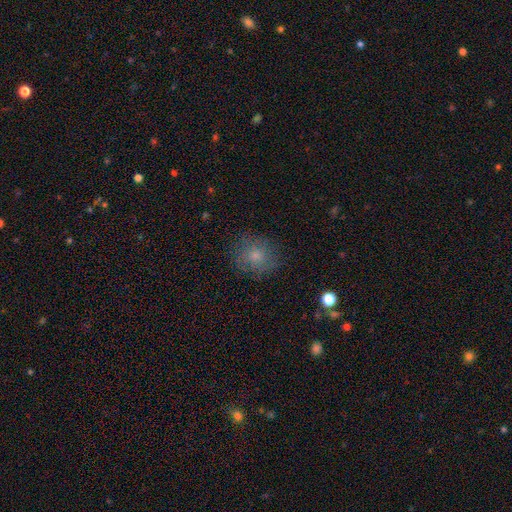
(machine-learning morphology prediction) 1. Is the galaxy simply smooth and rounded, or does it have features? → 74% smooth, 15% featured or disk, 11% star or artifact.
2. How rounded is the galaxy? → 80% round, 19% in between, 1% cigar-shaped.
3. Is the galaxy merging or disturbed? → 80% none, 14% minor disturbance, 5% major disturbance, 1% merger.